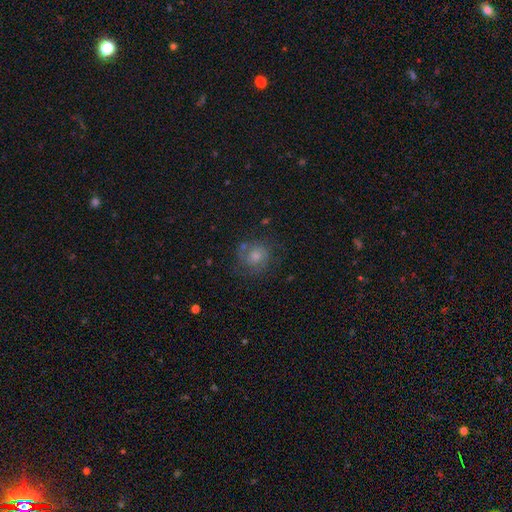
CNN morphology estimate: Q: Smooth or featured?
A: featured or disk (50%); runner-up: smooth (31%)
Q: Edge-on disk?
A: no (97%); runner-up: yes (3%)
Q: Merging?
A: none (74%); runner-up: minor disturbance (15%)